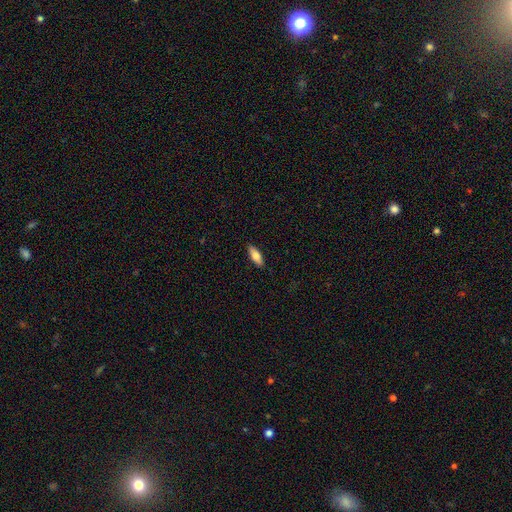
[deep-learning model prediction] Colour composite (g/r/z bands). It shows a smooth galaxy with no disk features (79%) that is in between round and cigar-shaped (70%). Merging: none (88%).